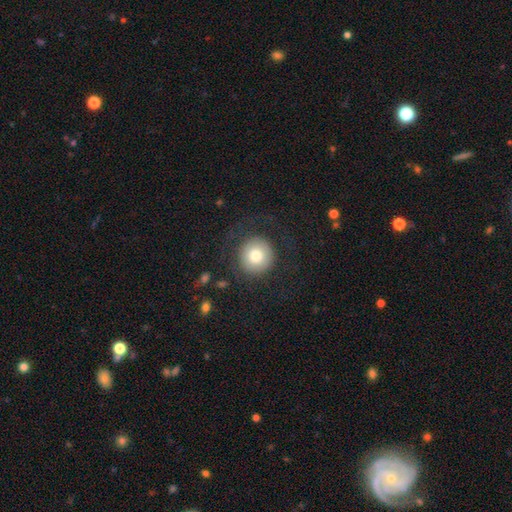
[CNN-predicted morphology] Smooth or featured? smooth (75%)
How rounded? round (95%)
Merging? none (76%)